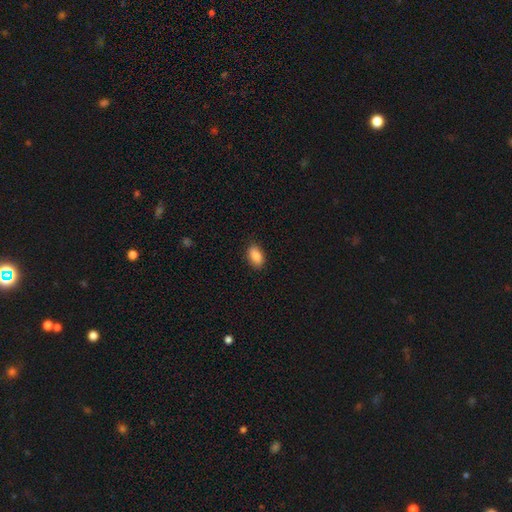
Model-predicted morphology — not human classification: Smooth or featured?
  - smooth: 88% *
  - star or artifact: 7%
  - featured or disk: 5%
How rounded?
  - in between: 91% *
  - round: 7%
  - cigar-shaped: 2%
Merging?
  - none: 87% *
  - minor disturbance: 9%
  - major disturbance: 2%
  - merger: 1%